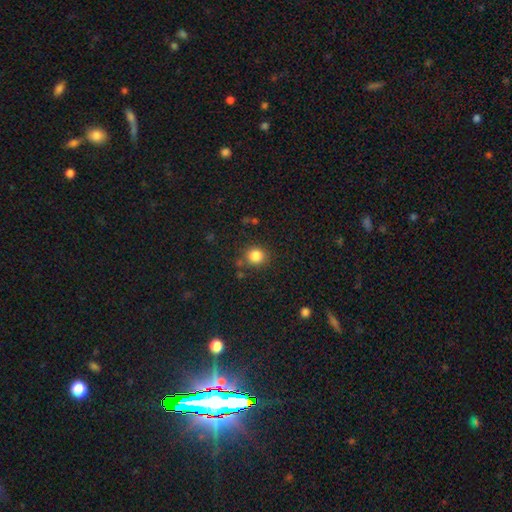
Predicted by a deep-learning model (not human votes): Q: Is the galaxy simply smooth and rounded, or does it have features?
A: smooth — 84%.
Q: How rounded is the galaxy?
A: round — 85%.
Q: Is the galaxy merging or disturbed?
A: none — 81%.